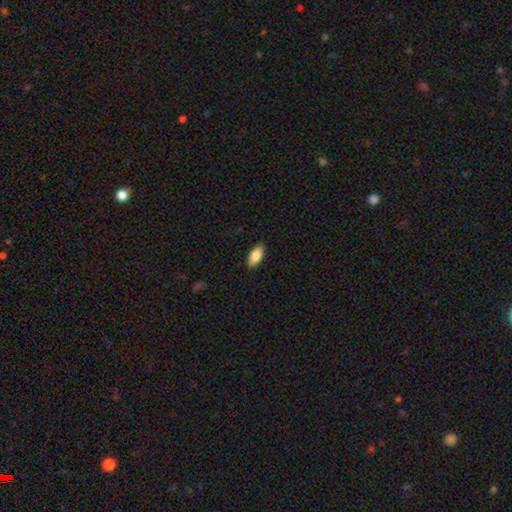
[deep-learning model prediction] smooth-or-featured: smooth: 86% | featured or disk: 7% | star or artifact: 6%
  how-rounded: in between: 88% | cigar-shaped: 10% | round: 2%
  merging: none: 87% | minor disturbance: 10% | major disturbance: 2% | merger: 1%